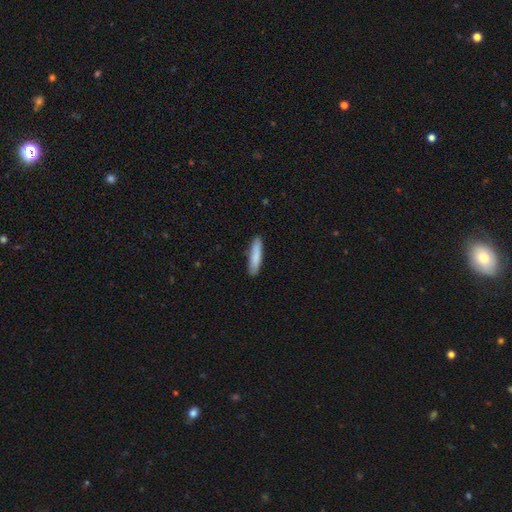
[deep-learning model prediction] Smooth or featured?
  - smooth: 85% *
  - featured or disk: 10%
  - star or artifact: 5%
How rounded?
  - cigar-shaped: 83% *
  - in between: 15%
  - round: 1%
Merging?
  - none: 87% *
  - minor disturbance: 10%
  - major disturbance: 2%
  - merger: 1%